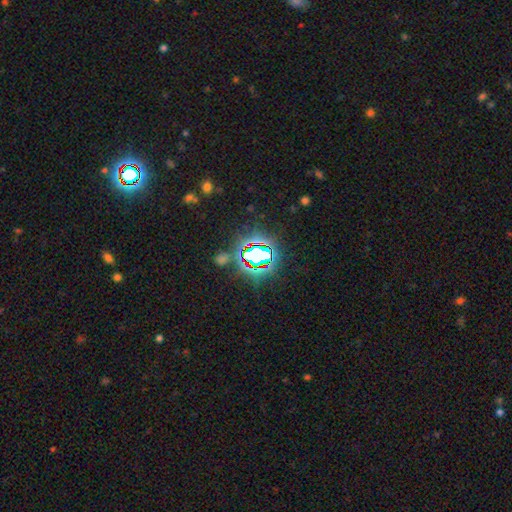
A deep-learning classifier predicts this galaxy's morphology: A star or artifact, not a galaxy (81%).